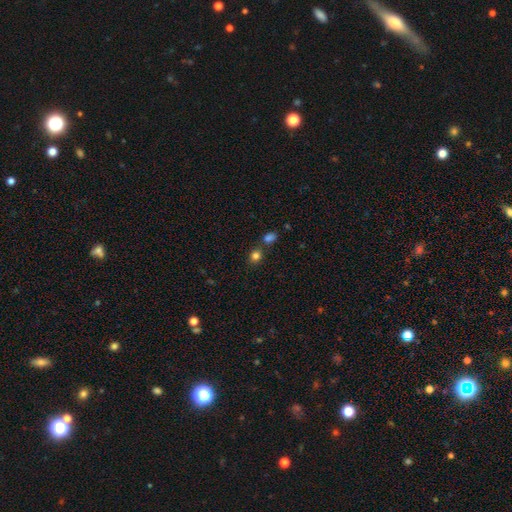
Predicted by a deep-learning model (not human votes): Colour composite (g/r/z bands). It shows a smooth galaxy with no disk features (80%) that is round (72%). Merging: none (69%).